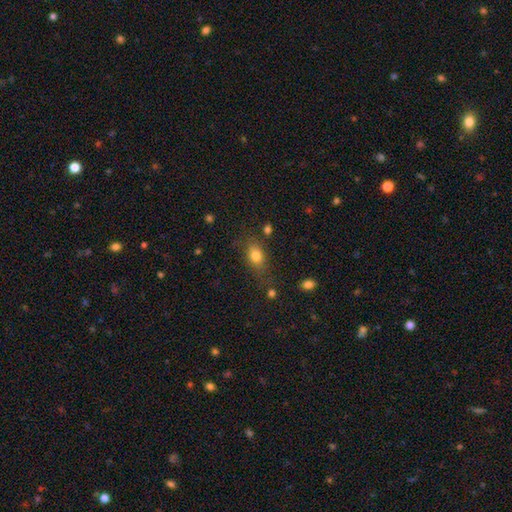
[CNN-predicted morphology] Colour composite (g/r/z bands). It shows a smooth galaxy with no disk features (79%) that is in between round and cigar-shaped (72%). Merging: none (69%).